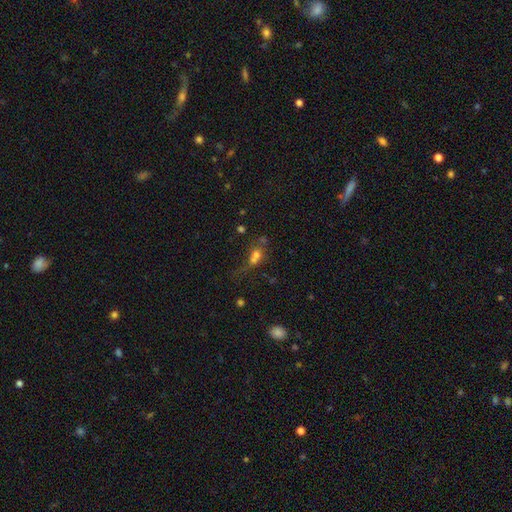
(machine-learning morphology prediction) smooth 61%, star or artifact 20%, featured or disk 19%. Down the decision tree: how rounded — round (61%); merging — merger (56%).